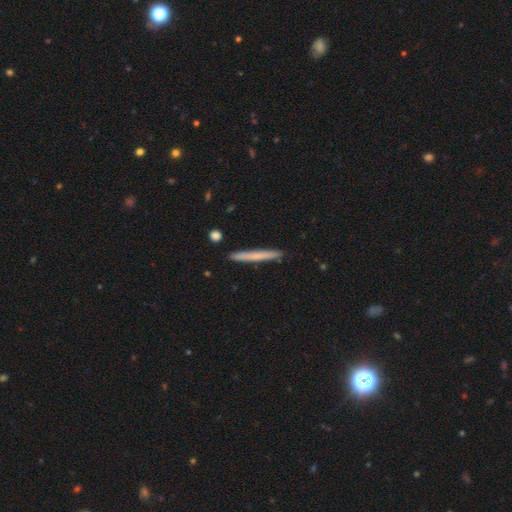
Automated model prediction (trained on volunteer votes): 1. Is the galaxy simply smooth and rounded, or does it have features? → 63% smooth, 31% featured or disk, 6% star or artifact.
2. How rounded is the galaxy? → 97% cigar-shaped, 2% in between, 1% round.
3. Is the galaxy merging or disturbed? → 91% none, 6% minor disturbance, 1% merger, 1% major disturbance.